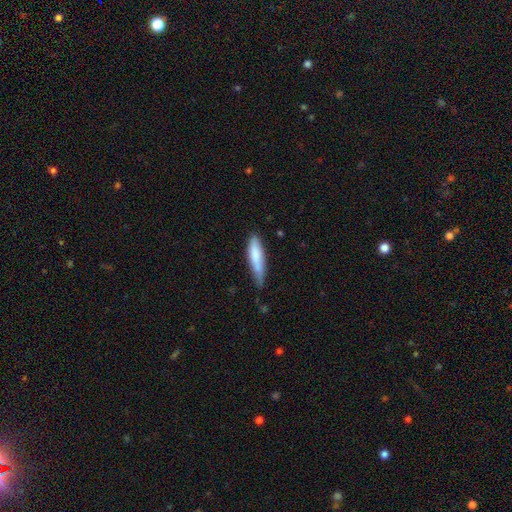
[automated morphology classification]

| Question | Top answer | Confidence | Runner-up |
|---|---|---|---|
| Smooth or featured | smooth | 79% | featured or disk (15%) |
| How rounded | cigar-shaped | 75% | in between (23%) |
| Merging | none | 55% | minor disturbance (36%) |